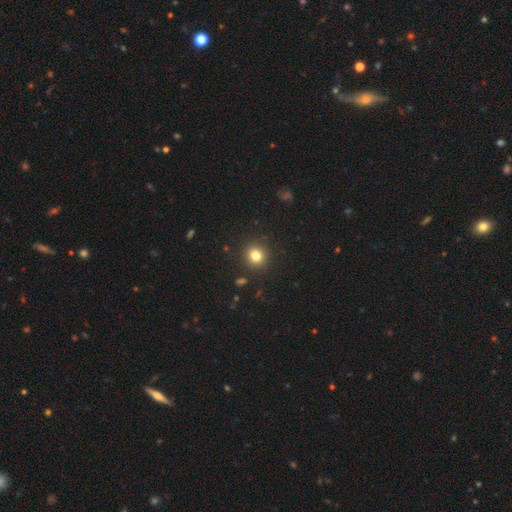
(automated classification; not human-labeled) smooth_or_featured: smooth (p=0.81) [alt: star or artifact p=0.13]
how_rounded: round (p=0.90) [alt: in between p=0.09]
merging: none (p=0.91) [alt: minor disturbance p=0.05]